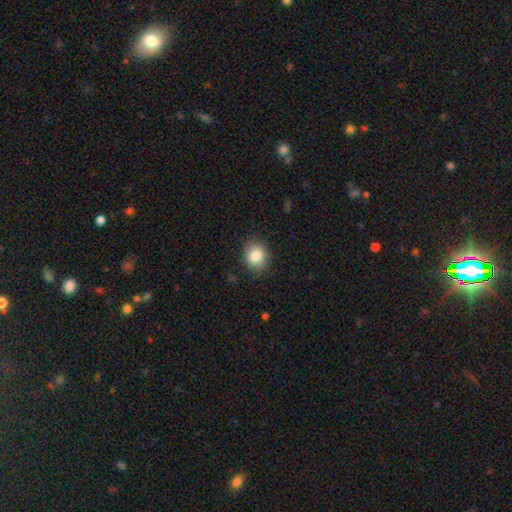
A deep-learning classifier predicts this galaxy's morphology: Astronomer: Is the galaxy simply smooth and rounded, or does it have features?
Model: smooth — 85%.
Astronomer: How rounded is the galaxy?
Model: round — 68%.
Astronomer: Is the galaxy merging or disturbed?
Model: none — 86%.